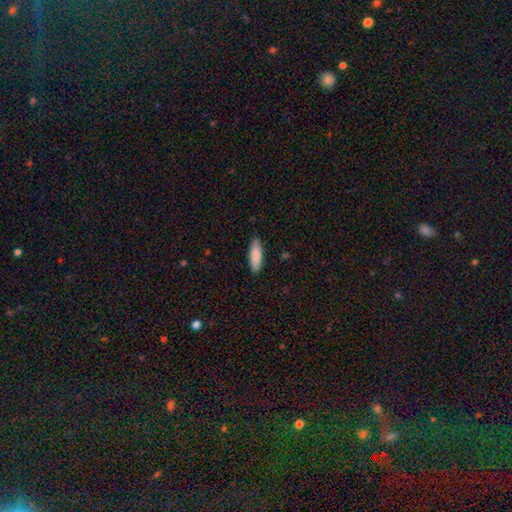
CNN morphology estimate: This is clearly a smooth galaxy (87%). How rounded: possibly in between (54%). Merging: clearly none (87%).